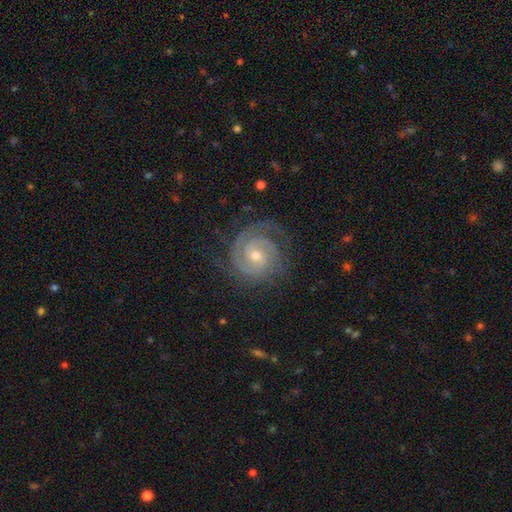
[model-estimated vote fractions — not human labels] The model was most divided on "bulge size": small: 52%, moderate: 45%, large: 1%, none: 1%, dominant: 1%. More confident: spiral arms — yes (98%); edge-on disk — no (98%); smooth or featured — featured or disk (90%); merging — none (76%); spiral winding — tight (74%); spiral arm count — 2 (62%); bar — no (60%).